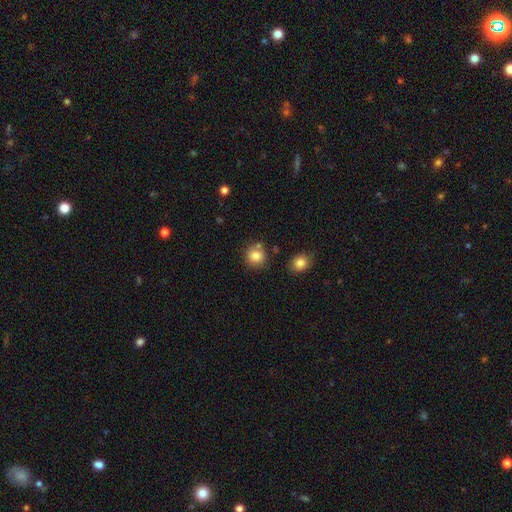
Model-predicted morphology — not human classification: A smooth galaxy with no disk features (84%) that is round (86%). Merging: none (77%).